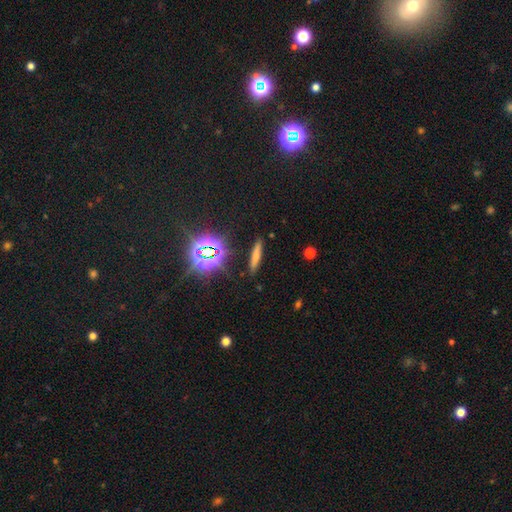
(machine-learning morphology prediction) type=smooth (60%); roundness=cigar-shaped (86%); merging=none (87%).